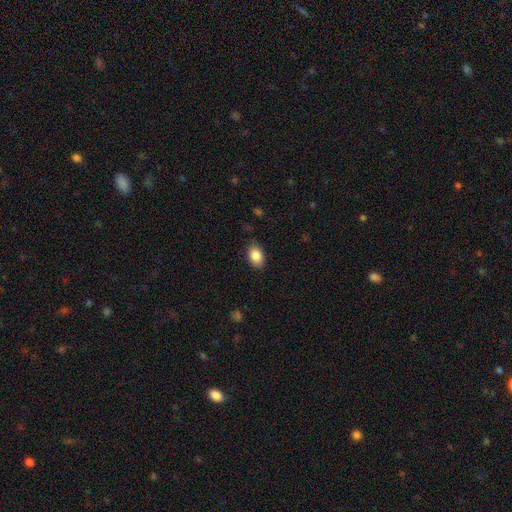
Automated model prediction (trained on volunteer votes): This appears to be a smooth galaxy with no disk features (86%) that is in between round and cigar-shaped (83%). Merging: none (84%).